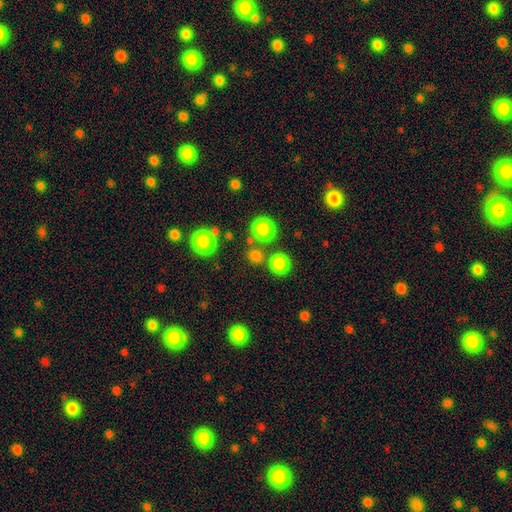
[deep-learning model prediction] The model was most divided on "merging": none: 75%, merger: 13%, minor disturbance: 8%, major disturbance: 4%. More confident: how rounded — round (86%); smooth or featured — smooth (80%).